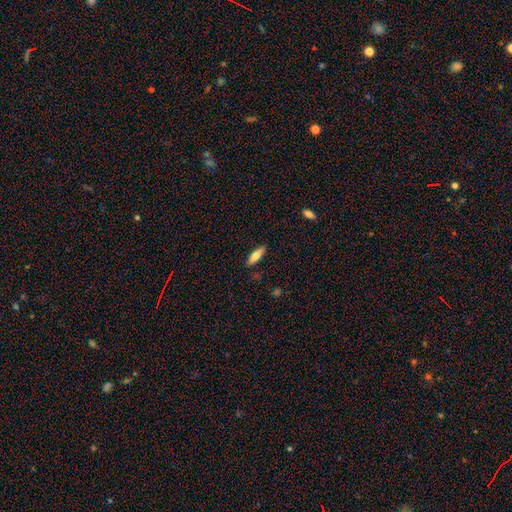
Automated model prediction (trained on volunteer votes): A smooth galaxy with no disk features (66%) that is cigar-shaped (56%). Merging: none (88%).